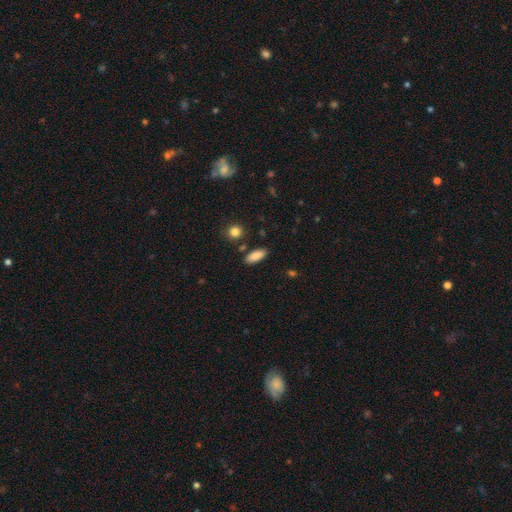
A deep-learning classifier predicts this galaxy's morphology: Q: Smooth or featured?
A: smooth (87%); runner-up: star or artifact (7%)
Q: How rounded?
A: in between (76%); runner-up: cigar-shaped (21%)
Q: Merging?
A: none (84%); runner-up: minor disturbance (10%)